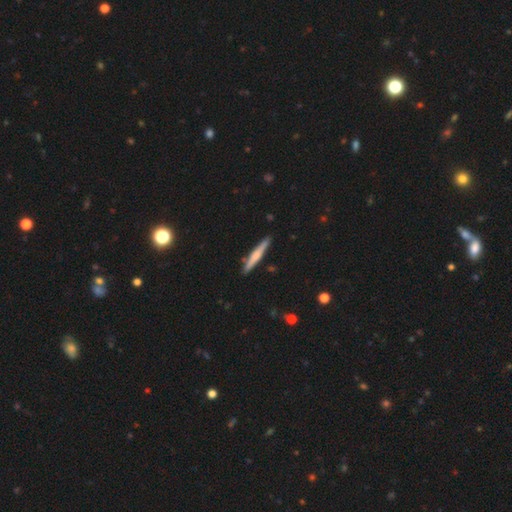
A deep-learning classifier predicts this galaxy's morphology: Smooth or featured? Predicted: smooth (p=0.53). How rounded? Predicted: cigar-shaped (p=0.95). Merging? Predicted: none (p=0.89).